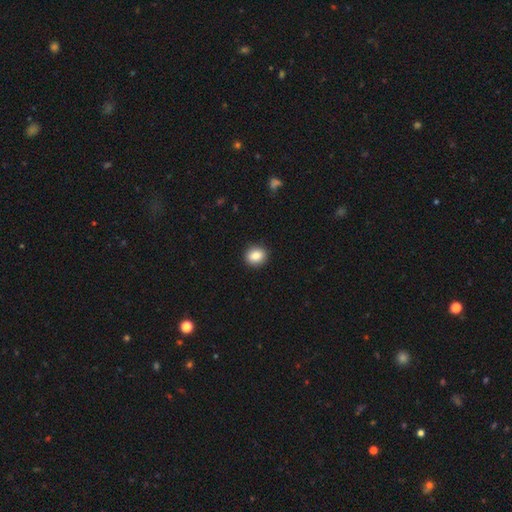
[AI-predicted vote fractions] Smooth or featured? Predicted: smooth (p=0.86). How rounded? Predicted: round (p=0.74). Merging? Predicted: none (p=0.91).